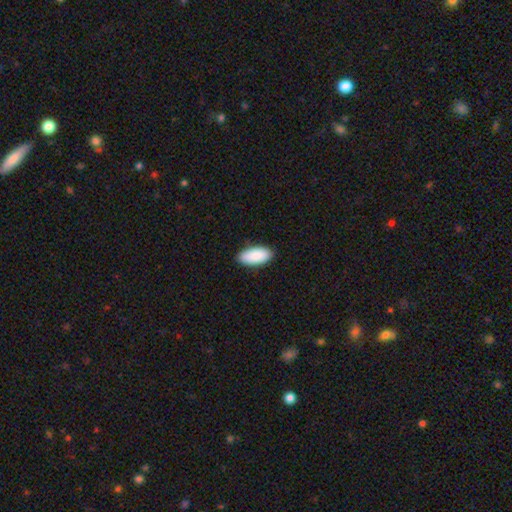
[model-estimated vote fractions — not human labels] smooth-or-featured: smooth: 90% | star or artifact: 5% | featured or disk: 4%
  how-rounded: in between: 93% | cigar-shaped: 5% | round: 2%
  merging: none: 87% | minor disturbance: 11% | major disturbance: 2% | merger: 1%